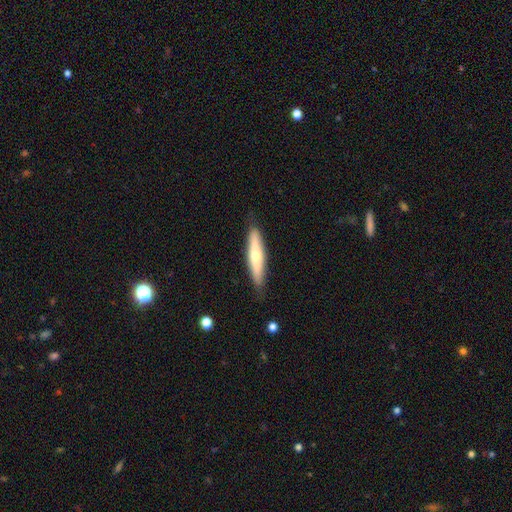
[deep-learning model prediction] Q: Smooth or featured?
A: smooth (52%); runner-up: featured or disk (43%)
Q: How rounded?
A: cigar-shaped (85%); runner-up: in between (13%)
Q: Merging?
A: none (85%); runner-up: minor disturbance (12%)